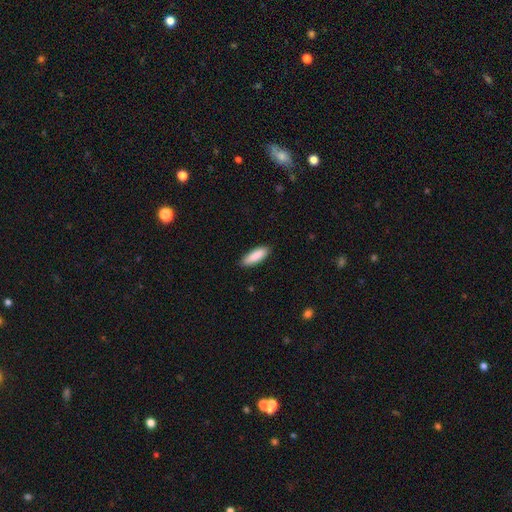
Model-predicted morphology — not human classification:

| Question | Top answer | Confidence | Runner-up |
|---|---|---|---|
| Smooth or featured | smooth | 89% | star or artifact (5%) |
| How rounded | in between | 58% | cigar-shaped (40%) |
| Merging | none | 88% | minor disturbance (10%) |